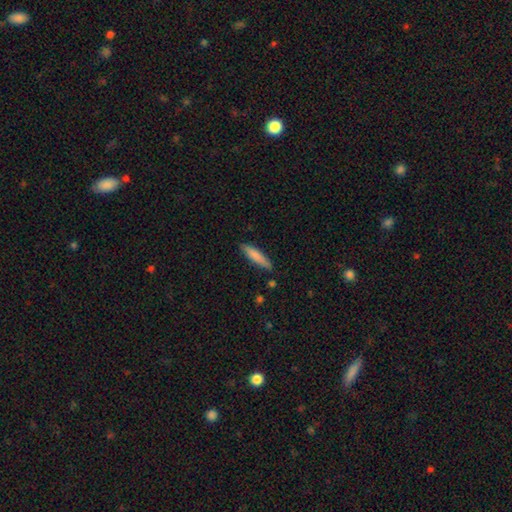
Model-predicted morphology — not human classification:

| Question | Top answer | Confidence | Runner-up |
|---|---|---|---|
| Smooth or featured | smooth | 78% | featured or disk (16%) |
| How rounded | cigar-shaped | 83% | in between (16%) |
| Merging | none | 84% | minor disturbance (12%) |